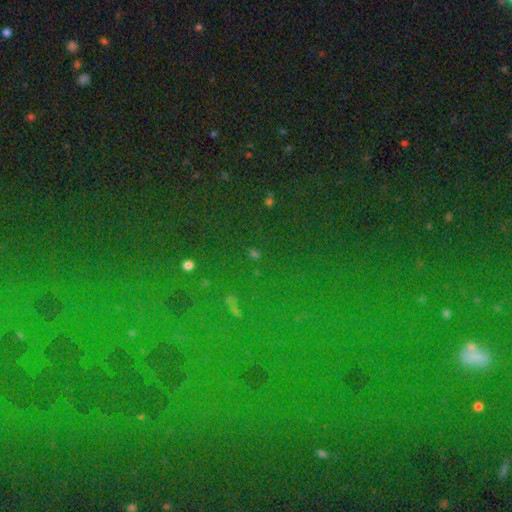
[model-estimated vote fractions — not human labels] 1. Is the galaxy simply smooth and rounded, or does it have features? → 79% star or artifact, 12% smooth, 9% featured or disk.